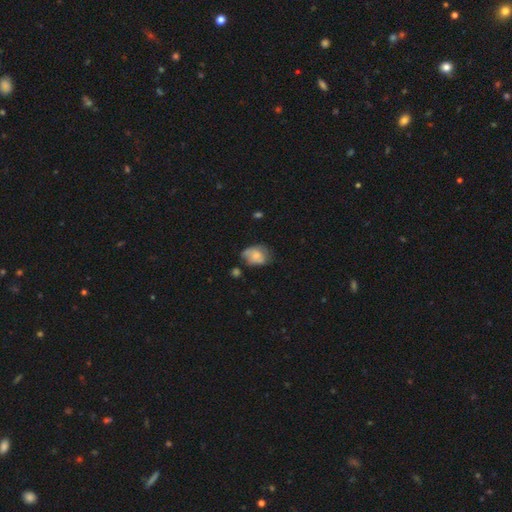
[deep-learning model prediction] Smooth or featured?
  - smooth: 61% *
  - featured or disk: 31%
  - star or artifact: 8%
How rounded?
  - in between: 68% *
  - round: 31%
  - cigar-shaped: 1%
Merging?
  - none: 43% *
  - minor disturbance: 35%
  - major disturbance: 17%
  - merger: 5%